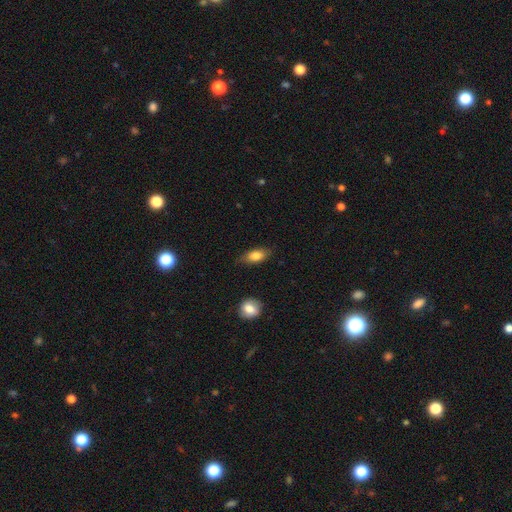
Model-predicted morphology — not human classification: Q: Smooth or featured?
A: smooth (80%); runner-up: featured or disk (13%)
Q: How rounded?
A: in between (84%); runner-up: cigar-shaped (11%)
Q: Merging?
A: none (80%); runner-up: minor disturbance (15%)